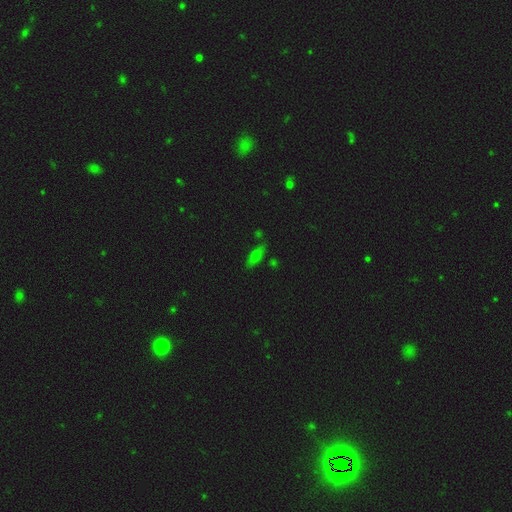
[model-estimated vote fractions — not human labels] This is likely a smooth galaxy (60%). How rounded: likely in between (66%). Merging: likely none (79%).